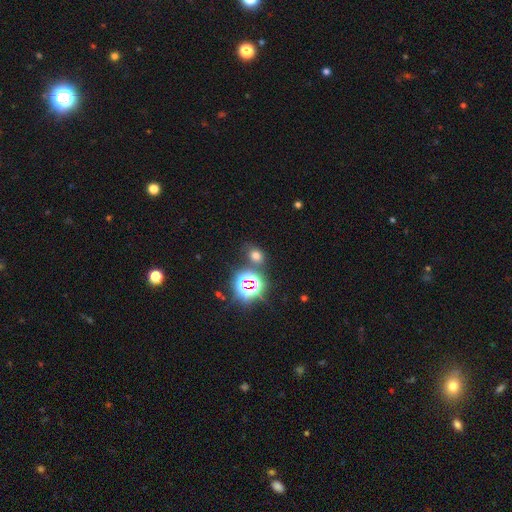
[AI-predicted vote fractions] smooth-or-featured: smooth: 57% | star or artifact: 35% | featured or disk: 8%
  how-rounded: in between: 53% | round: 45% | cigar-shaped: 1%
  merging: none: 73% | minor disturbance: 12% | merger: 9% | major disturbance: 5%